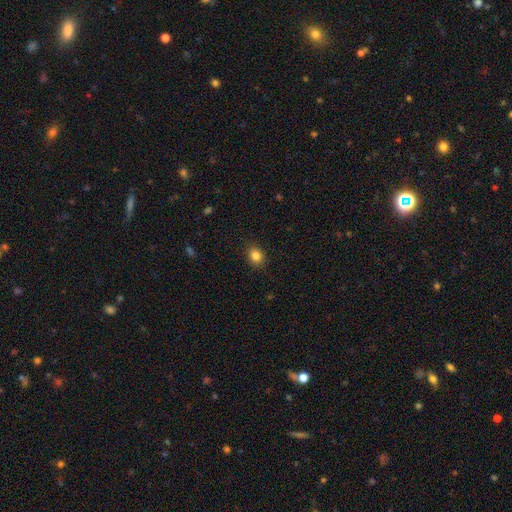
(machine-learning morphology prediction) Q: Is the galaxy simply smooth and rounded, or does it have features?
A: smooth — 84%.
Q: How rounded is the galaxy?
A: round — 58%.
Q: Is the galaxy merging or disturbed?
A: none — 88%.